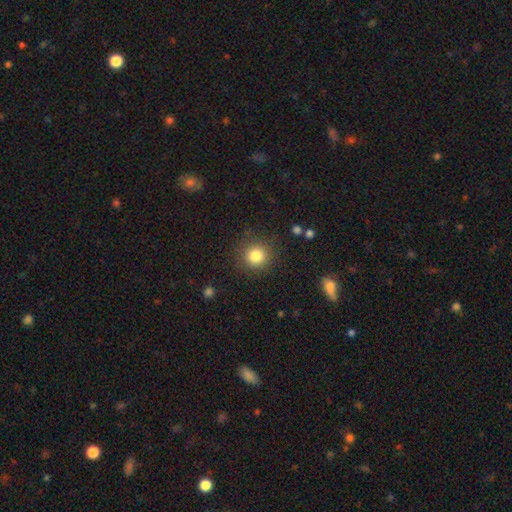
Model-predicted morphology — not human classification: type=smooth (83%); roundness=round (92%); merging=none (88%).